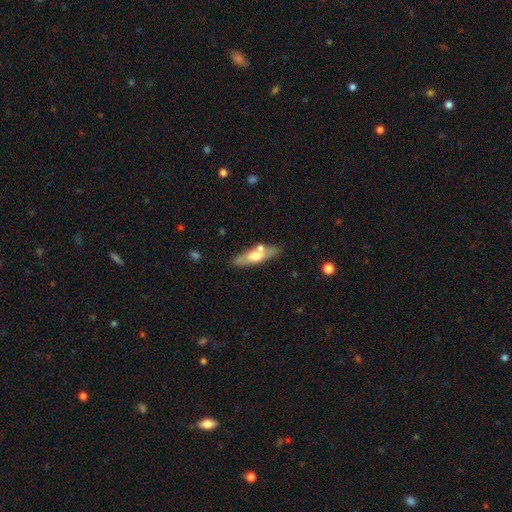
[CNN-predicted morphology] smooth_or_featured: smooth (p=0.52) [alt: featured or disk p=0.42]
how_rounded: cigar-shaped (p=0.54) [alt: in between p=0.43]
merging: none (p=0.71) [alt: minor disturbance p=0.14]